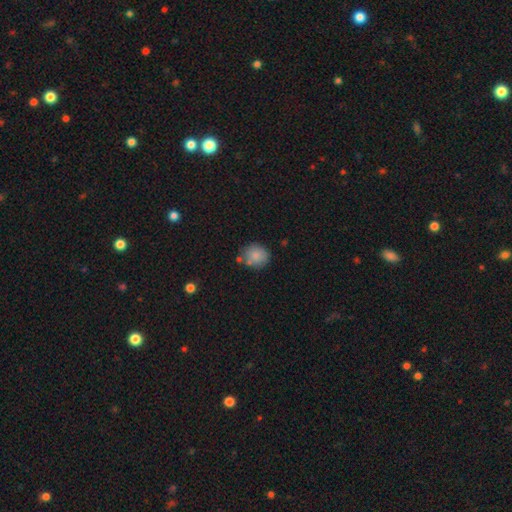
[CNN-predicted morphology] smooth 84%, star or artifact 8%, featured or disk 8%. Down the decision tree: how rounded — round (83%); merging — none (72%).